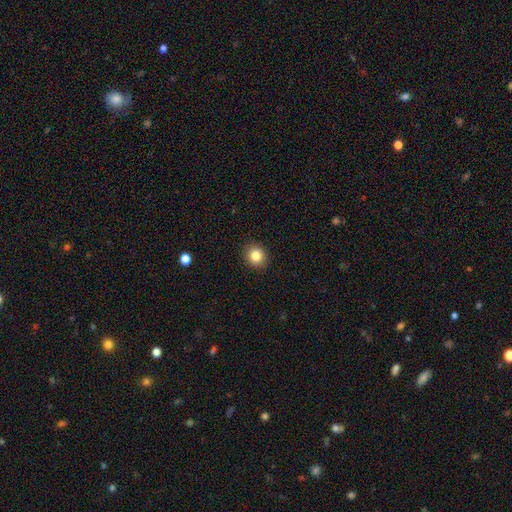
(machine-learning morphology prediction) This is clearly a smooth galaxy (83%). How rounded: likely round (78%). Merging: clearly none (91%).